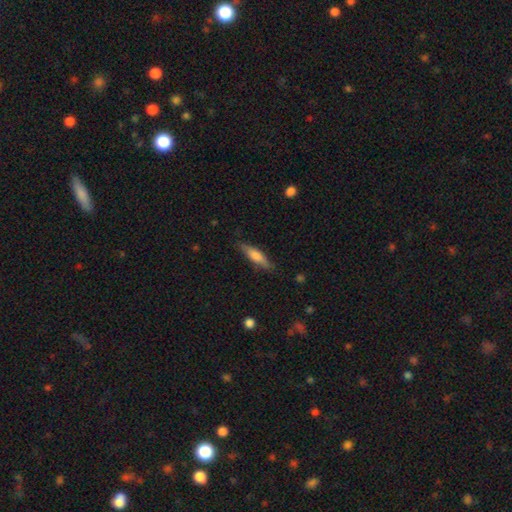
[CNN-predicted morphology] A smooth galaxy with no disk features (63%) that is cigar-shaped (73%).

Vote fractions:
- Smooth or featured? smooth: 63% / featured or disk: 31% / star or artifact: 6%
- How rounded? cigar-shaped: 73% / in between: 25% / round: 2%
- Merging? none: 82% / minor disturbance: 14% / major disturbance: 3% / merger: 1%